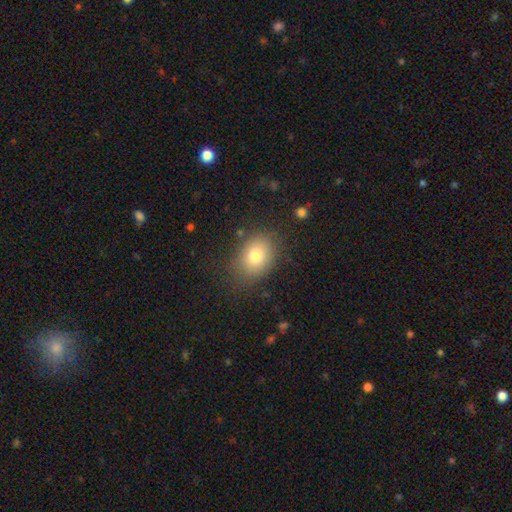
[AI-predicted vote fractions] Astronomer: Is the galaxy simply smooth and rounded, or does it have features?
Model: smooth — 77%.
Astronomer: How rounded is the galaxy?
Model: in between — 64%.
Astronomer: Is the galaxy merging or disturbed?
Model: none — 78%.